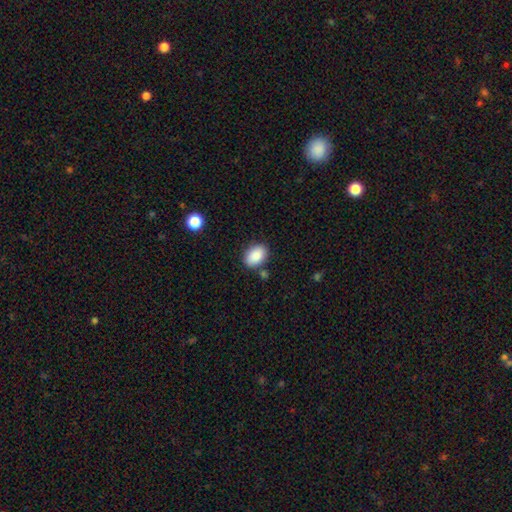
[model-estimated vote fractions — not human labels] smooth-or-featured: smooth: 88% | star or artifact: 7% | featured or disk: 4%
  how-rounded: in between: 82% | round: 17% | cigar-shaped: 1%
  merging: none: 80% | minor disturbance: 12% | merger: 5% | major disturbance: 3%